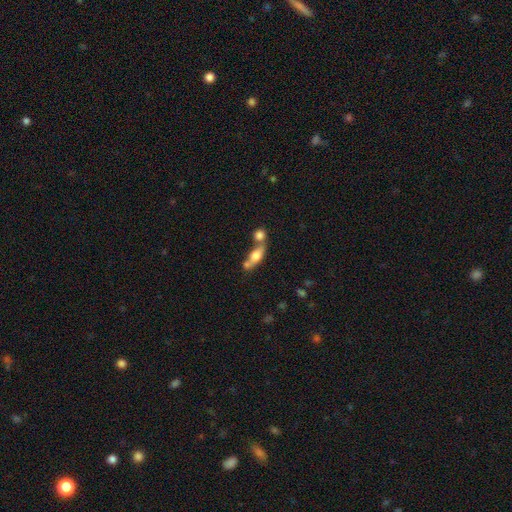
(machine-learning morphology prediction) A smooth galaxy with no disk features (60%) that is in between round and cigar-shaped (55%).

Vote fractions:
- Smooth or featured? smooth: 60% / featured or disk: 32% / star or artifact: 8%
- How rounded? in between: 55% / cigar-shaped: 37% / round: 8%
- Merging? merger: 42% / none: 40% / minor disturbance: 12% / major disturbance: 6%